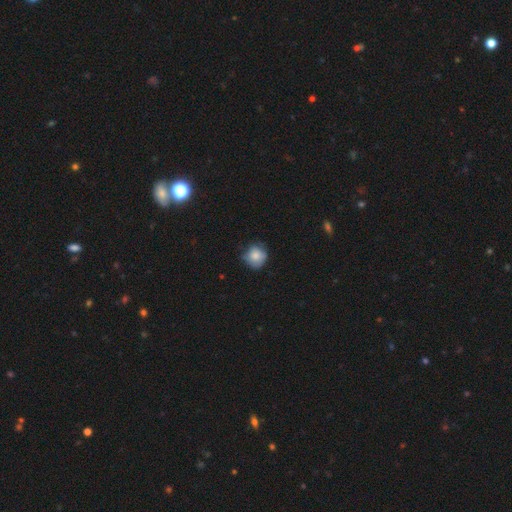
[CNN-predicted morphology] type=smooth (79%); roundness=round (88%); merging=none (67%).